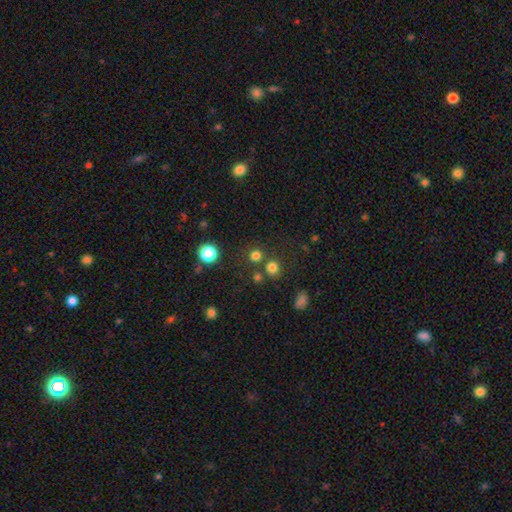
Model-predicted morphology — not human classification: smooth 74%, star or artifact 21%, featured or disk 5%. Down the decision tree: how rounded — round (91%); merging — none (76%).